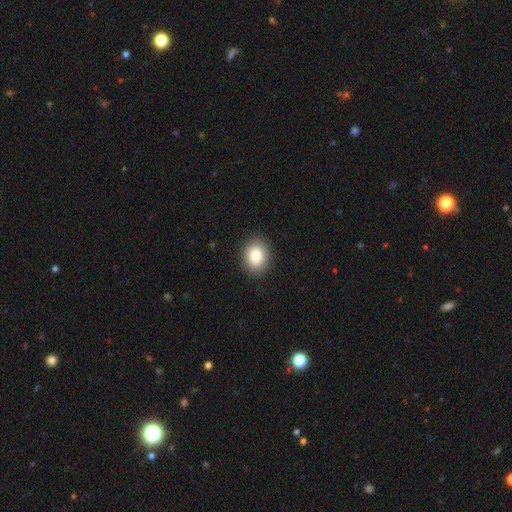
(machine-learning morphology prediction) type=smooth (86%); roundness=in between (59%); merging=none (89%).